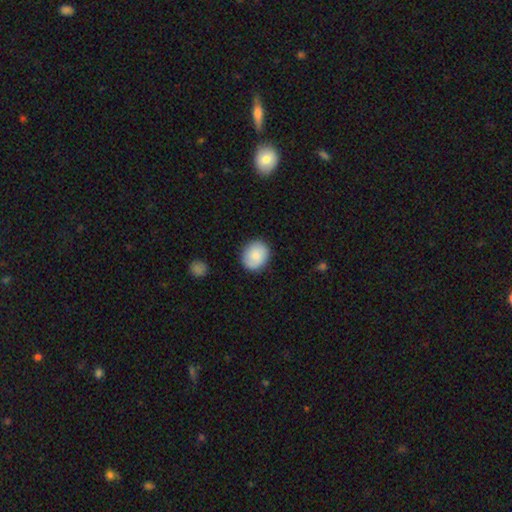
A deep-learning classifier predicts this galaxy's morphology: smooth-or-featured: smooth: 81% | featured or disk: 12% | star or artifact: 6%
  how-rounded: round: 71% | in between: 28% | cigar-shaped: 1%
  merging: none: 87% | minor disturbance: 10% | major disturbance: 2% | merger: 1%